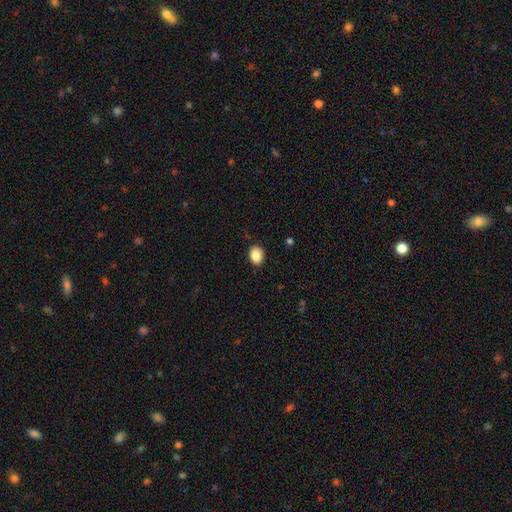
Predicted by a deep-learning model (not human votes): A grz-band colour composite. It shows a smooth galaxy with no disk features (87%) that is in between round and cigar-shaped (67%). Merging: none (84%).